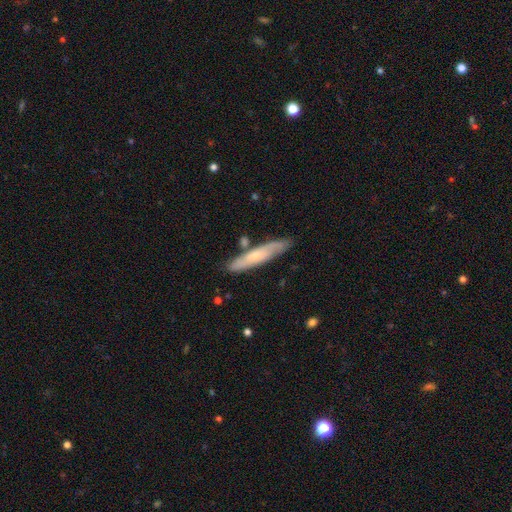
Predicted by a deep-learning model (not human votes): smooth 48%, featured or disk 46%, star or artifact 6%. Down the decision tree: merging — none (76%).